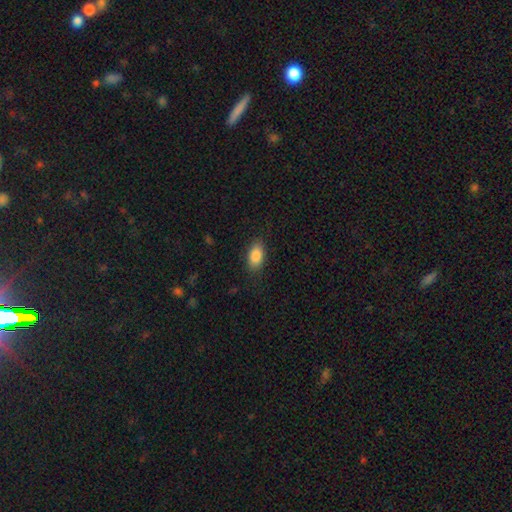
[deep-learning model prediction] smooth-or-featured: smooth: 86% | star or artifact: 7% | featured or disk: 7%
  how-rounded: in between: 92% | round: 5% | cigar-shaped: 4%
  merging: none: 86% | minor disturbance: 11% | major disturbance: 3% | merger: 1%